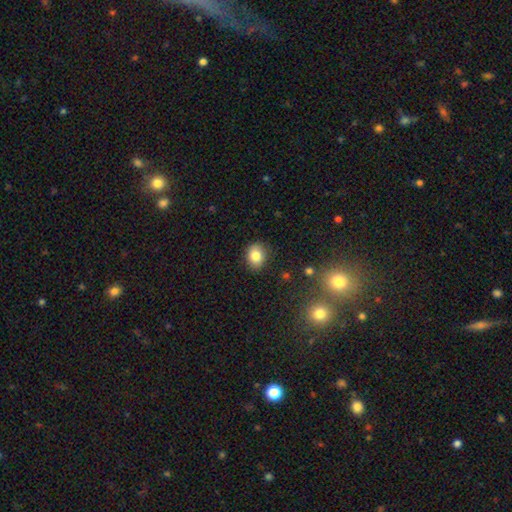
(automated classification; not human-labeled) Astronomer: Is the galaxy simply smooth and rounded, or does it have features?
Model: smooth — 82%.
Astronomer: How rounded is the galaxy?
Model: round — 54% (runner-up: in between, 45%).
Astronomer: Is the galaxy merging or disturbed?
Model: none — 85%.